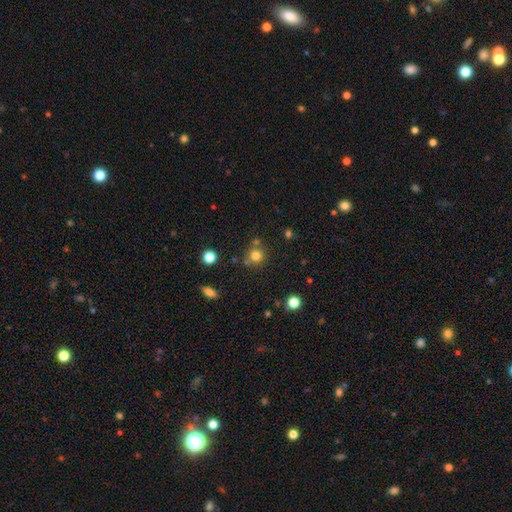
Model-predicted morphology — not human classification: Overall: smooth (77%). How rounded: round (90%). Merging: none (71%).